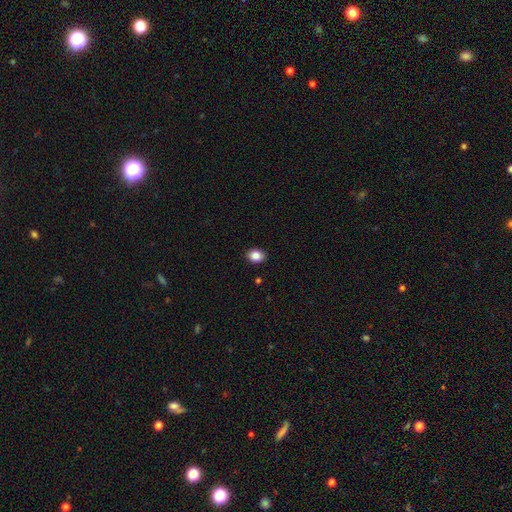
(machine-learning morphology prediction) A smooth galaxy with no disk features (86%) that is in between round and cigar-shaped (61%). Merging: none (90%).